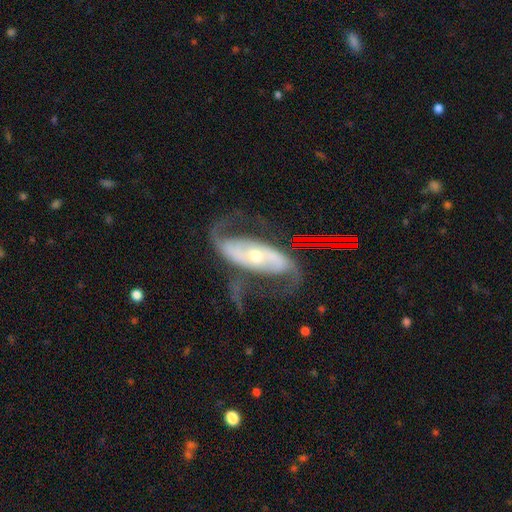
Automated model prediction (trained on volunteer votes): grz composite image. It shows a featured or disk galaxy (87%) with no bar (38%), 2 (92%) loose (48%) spiral arms (93%) and a small central bulge (53%). Merging: none (66%).